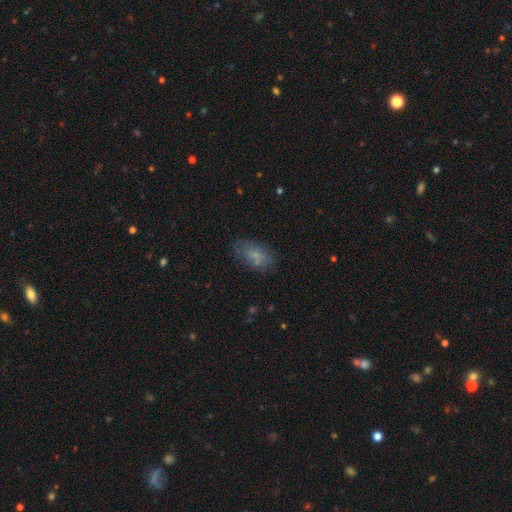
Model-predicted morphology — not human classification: Smooth or featured? smooth (71%)
How rounded? in between (90%)
Merging? none (70%)